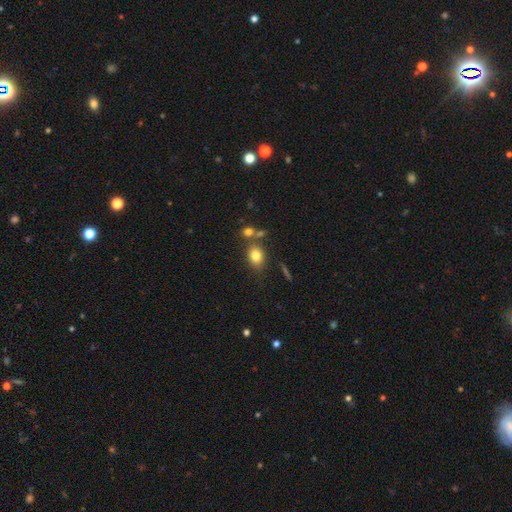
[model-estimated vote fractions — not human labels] The model was most divided on "how rounded": in between: 59%, round: 39%, cigar-shaped: 1%. More confident: smooth or featured — smooth (79%); merging — none (68%).